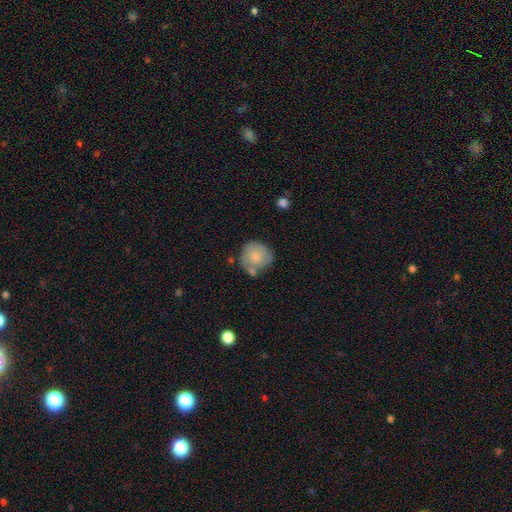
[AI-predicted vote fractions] smooth 68%, featured or disk 26%, star or artifact 7%. Down the decision tree: how rounded — round (87%); merging — none (52%).